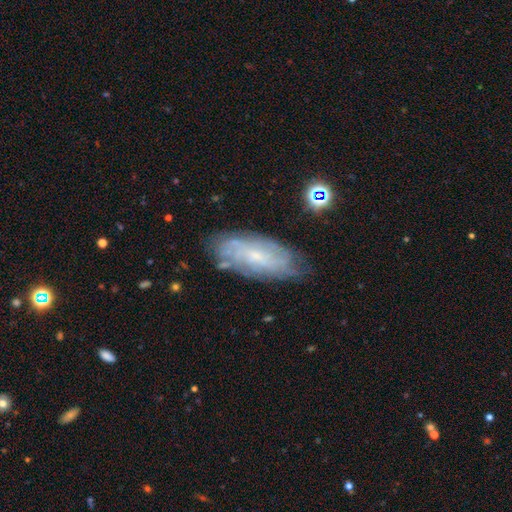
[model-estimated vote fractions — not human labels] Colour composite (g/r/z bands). It shows a featured or disk galaxy (66%) with no bar (63%), spiral arms (85%) and a small central bulge (70%). Merging: none (75%).